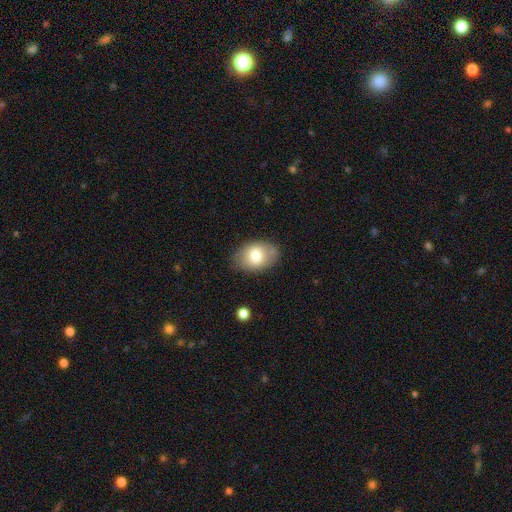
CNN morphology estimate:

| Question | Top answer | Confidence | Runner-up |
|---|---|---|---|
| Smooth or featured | smooth | 75% | featured or disk (18%) |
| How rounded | in between | 84% | round (14%) |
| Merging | none | 79% | minor disturbance (16%) |